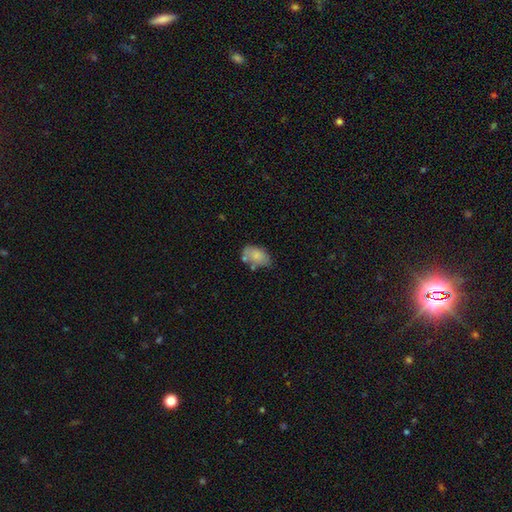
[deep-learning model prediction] This appears to be a smooth galaxy with no disk features (79%) that is in between round and cigar-shaped (91%). Merging: none (54%).